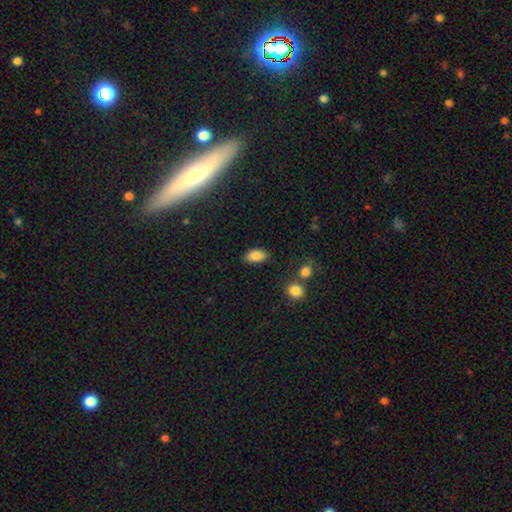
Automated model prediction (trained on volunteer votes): Overall: smooth (85%). How rounded: in between (91%). Merging: none (79%).